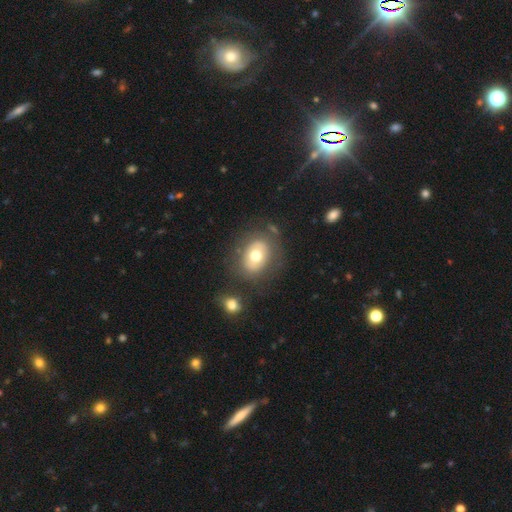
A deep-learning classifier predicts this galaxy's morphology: A smooth galaxy with no disk features (60%) that is in between round and cigar-shaped (57%).

Vote fractions:
- Smooth or featured? smooth: 60% / featured or disk: 32% / star or artifact: 8%
- How rounded? in between: 57% / round: 42% / cigar-shaped: 1%
- Merging? none: 73% / minor disturbance: 14% / major disturbance: 7% / merger: 7%